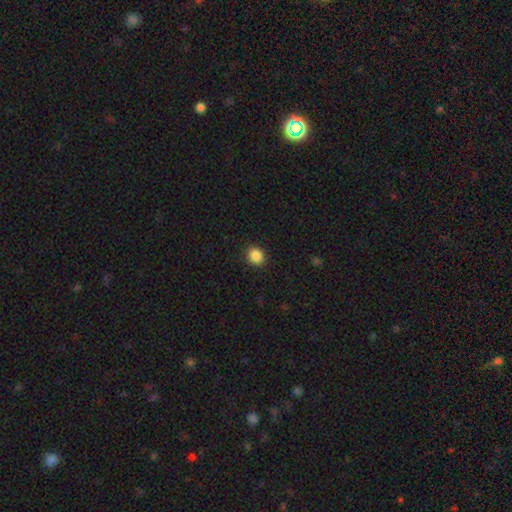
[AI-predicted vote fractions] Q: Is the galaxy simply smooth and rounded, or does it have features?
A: smooth — 87%.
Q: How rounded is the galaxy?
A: round — 74%.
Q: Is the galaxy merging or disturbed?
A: none — 91%.